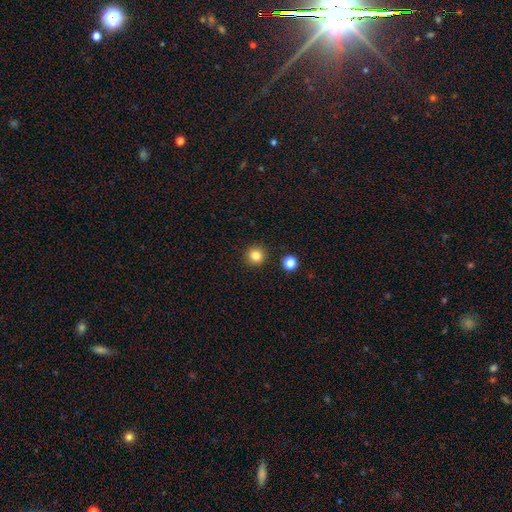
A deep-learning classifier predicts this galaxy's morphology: Smooth or featured?
  - smooth: 83% *
  - star or artifact: 12%
  - featured or disk: 5%
How rounded?
  - round: 94% *
  - in between: 5%
  - cigar-shaped: 1%
Merging?
  - none: 92% *
  - minor disturbance: 5%
  - merger: 2%
  - major disturbance: 2%